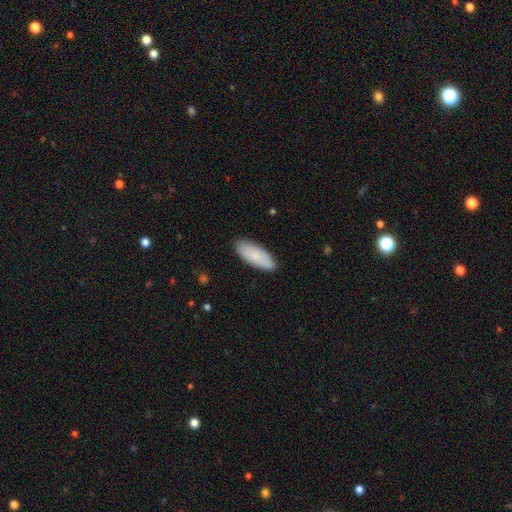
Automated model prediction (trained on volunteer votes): Overall: smooth (83%). How rounded: in between (76%). Merging: none (86%).